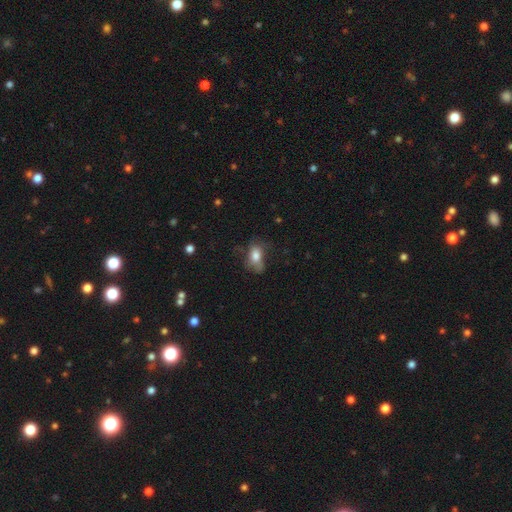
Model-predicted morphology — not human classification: Smooth or featured? Predicted: smooth (p=0.70). How rounded? Predicted: in between (p=0.83). Merging? Predicted: none (p=0.39).